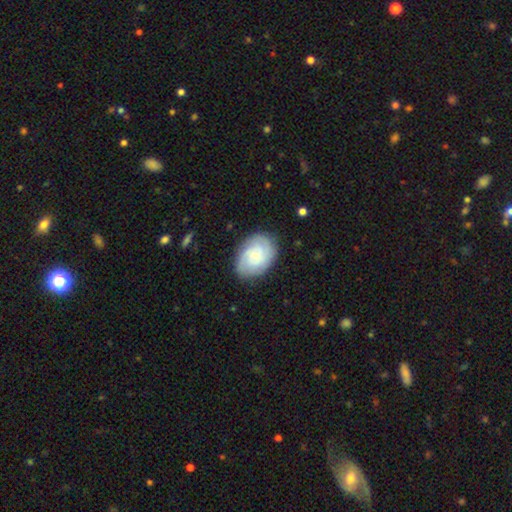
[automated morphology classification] Smooth or featured?
  - featured or disk: 58% *
  - smooth: 35%
  - star or artifact: 7%
Edge-on disk?
  - no: 97% *
  - yes: 3%
Bar?
  - no: 70% *
  - weak: 26%
  - strong: 3%
Spiral arms?
  - yes: 90% *
  - no: 10%
Spiral winding?
  - tight: 65% *
  - medium: 27%
  - loose: 7%
Spiral arm count?
  - can't tell: 41% *
  - 2: 22%
  - 3: 18%
  - 4: 9%
  - 1: 5%
  - more than 4: 5%
Bulge size?
  - small: 69% *
  - moderate: 23%
  - none: 5%
  - large: 3%
  - dominant: 1%
Merging?
  - none: 80% *
  - minor disturbance: 15%
  - major disturbance: 4%
  - merger: 1%